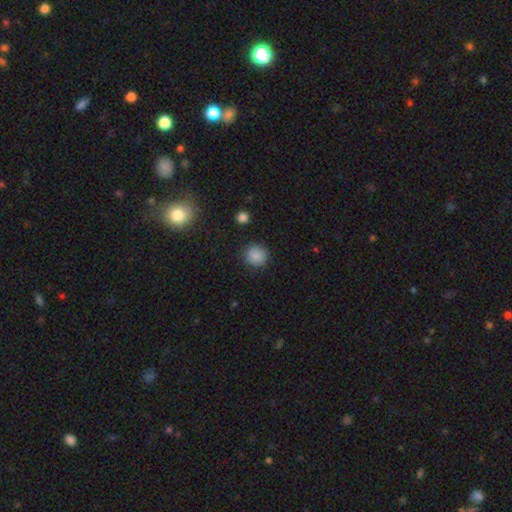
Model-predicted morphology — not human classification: Smooth or featured? smooth (86%)
How rounded? round (91%)
Merging? none (88%)